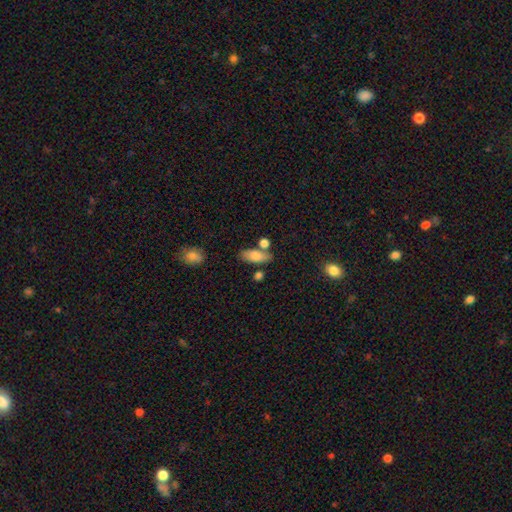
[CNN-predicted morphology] This appears to be a smooth galaxy with no disk features (81%) that is in between round and cigar-shaped (80%). Merging: none (67%).